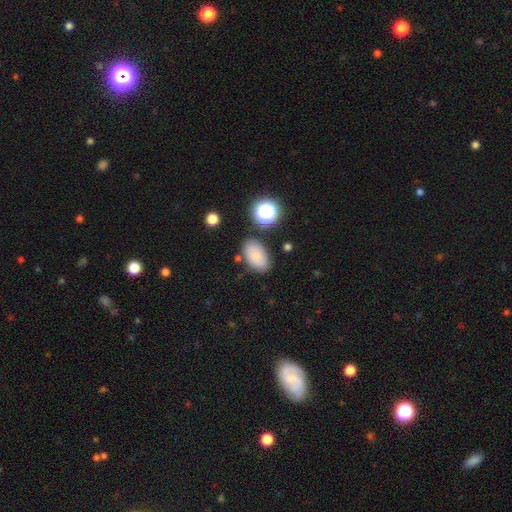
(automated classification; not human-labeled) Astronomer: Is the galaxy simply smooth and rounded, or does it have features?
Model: smooth — 80%.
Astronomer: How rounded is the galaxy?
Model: in between — 91%.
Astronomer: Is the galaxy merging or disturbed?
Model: none — 76%.